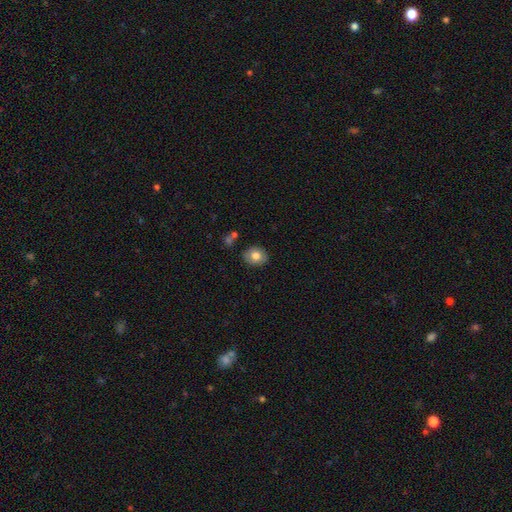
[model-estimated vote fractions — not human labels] smooth 75%, featured or disk 16%, star or artifact 8%. Down the decision tree: how rounded — round (58%); merging — none (84%).